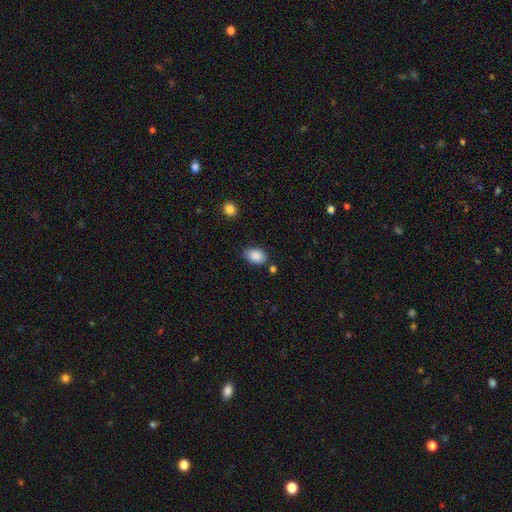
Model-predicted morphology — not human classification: This appears to be a smooth galaxy with no disk features (89%) that is in between round and cigar-shaped (85%). Merging: none (79%).